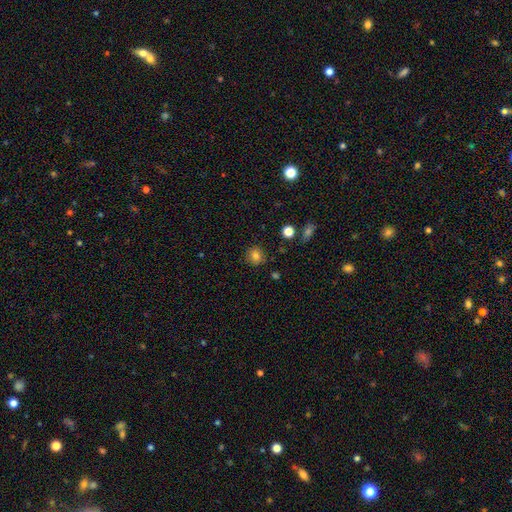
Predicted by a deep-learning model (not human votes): This appears to be a smooth galaxy with no disk features (81%) that is round (85%). Merging: none (87%).